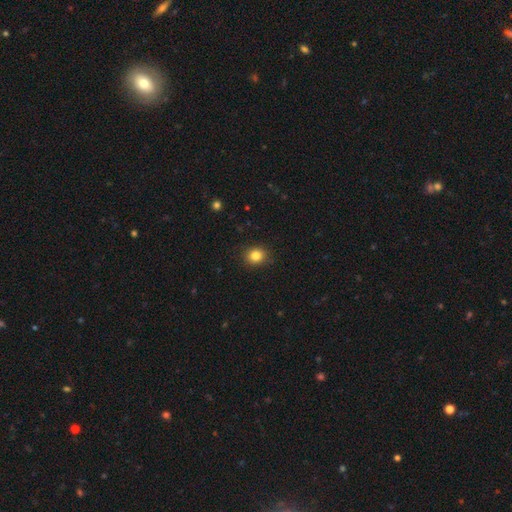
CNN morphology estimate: The model was most divided on "how rounded": round: 77%, in between: 22%, cigar-shaped: 1%. More confident: merging — none (89%); smooth or featured — smooth (84%).